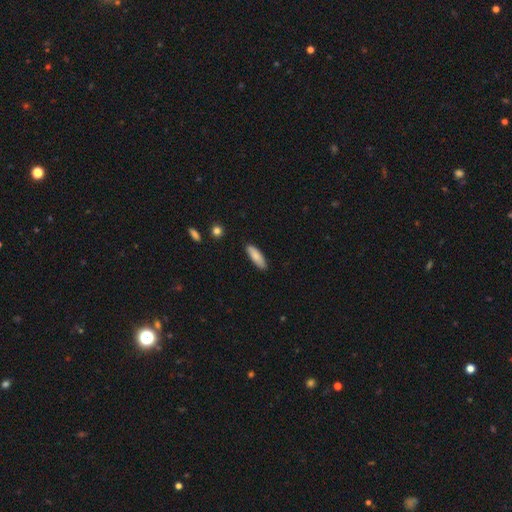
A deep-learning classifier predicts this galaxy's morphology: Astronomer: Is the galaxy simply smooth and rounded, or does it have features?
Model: smooth — 84%.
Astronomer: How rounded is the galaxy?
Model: in between — 52% (runner-up: cigar-shaped, 47%).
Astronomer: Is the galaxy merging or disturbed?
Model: none — 87%.